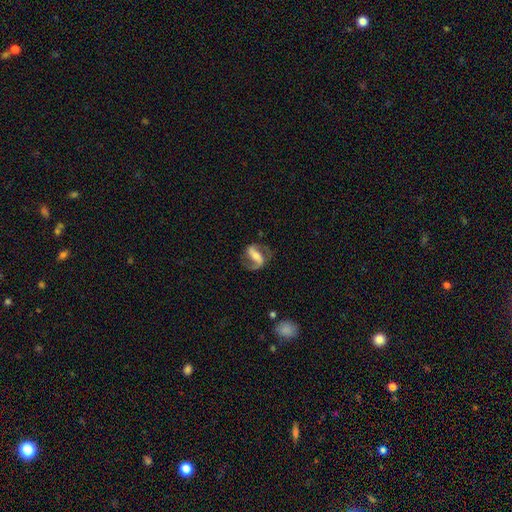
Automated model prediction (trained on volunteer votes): Overall: featured or disk (83%). Edge-on disk: no (96%). Bar: strong (55%; weak 29%). Spiral arms: yes (94%). Spiral arm count: 2 (88%). Spiral winding: medium (48%; loose 36%). Bulge size: moderate (45%; small 36%). Merging: none (72%).